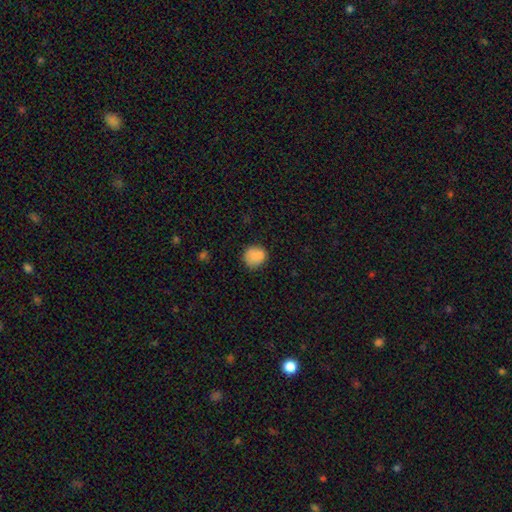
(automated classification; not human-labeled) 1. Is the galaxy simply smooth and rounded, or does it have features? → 85% smooth, 10% star or artifact, 5% featured or disk.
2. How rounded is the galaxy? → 77% round, 22% in between, 1% cigar-shaped.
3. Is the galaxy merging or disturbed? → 72% none, 21% minor disturbance, 5% major disturbance, 2% merger.